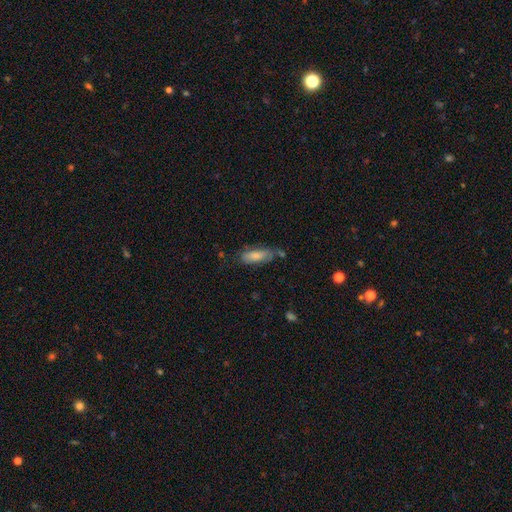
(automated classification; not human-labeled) Q: Smooth or featured?
A: smooth (74%); runner-up: featured or disk (19%)
Q: How rounded?
A: in between (64%); runner-up: cigar-shaped (34%)
Q: Merging?
A: none (55%); runner-up: minor disturbance (28%)